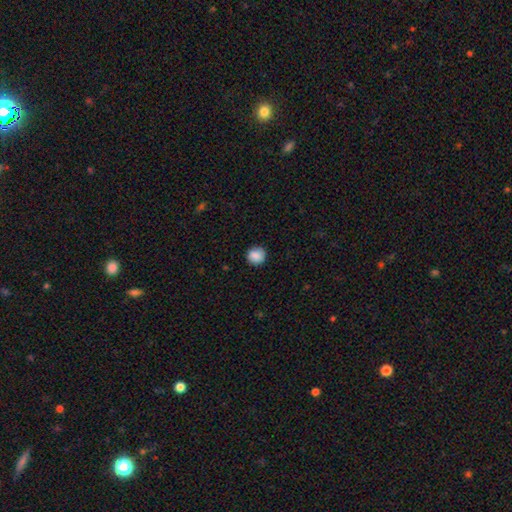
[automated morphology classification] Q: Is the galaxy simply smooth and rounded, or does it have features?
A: smooth — 87%.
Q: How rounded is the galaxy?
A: round — 90%.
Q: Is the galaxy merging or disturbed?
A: none — 88%.